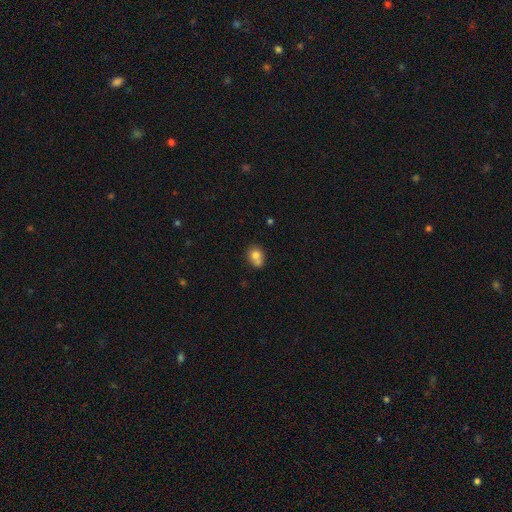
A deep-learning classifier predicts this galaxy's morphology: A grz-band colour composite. It shows a smooth galaxy with no disk features (76%) that is round (59%). Merging: none (46%).